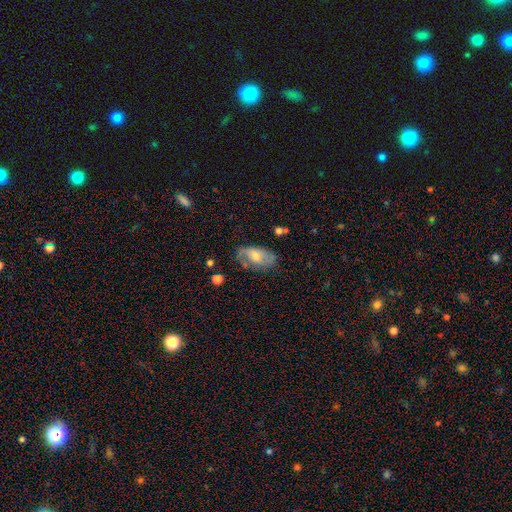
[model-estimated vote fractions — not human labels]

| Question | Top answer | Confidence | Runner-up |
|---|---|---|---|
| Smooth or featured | featured or disk | 52% | smooth (41%) |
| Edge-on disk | no | 93% | yes (7%) |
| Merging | none | 62% | minor disturbance (25%) |